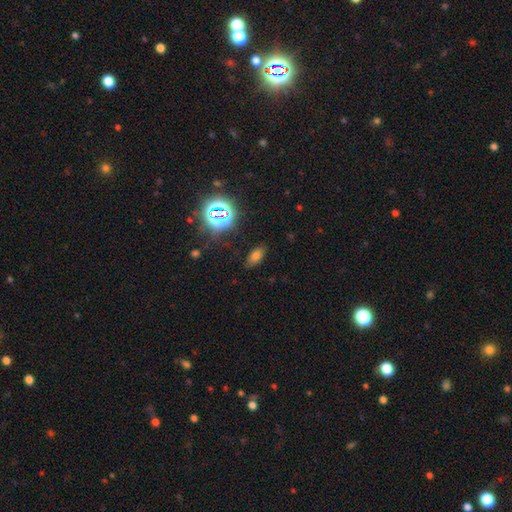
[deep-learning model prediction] Smooth or featured?
  - smooth: 65% *
  - star or artifact: 24%
  - featured or disk: 10%
How rounded?
  - in between: 85% *
  - round: 7%
  - cigar-shaped: 7%
Merging?
  - none: 84% *
  - minor disturbance: 11%
  - major disturbance: 4%
  - merger: 2%